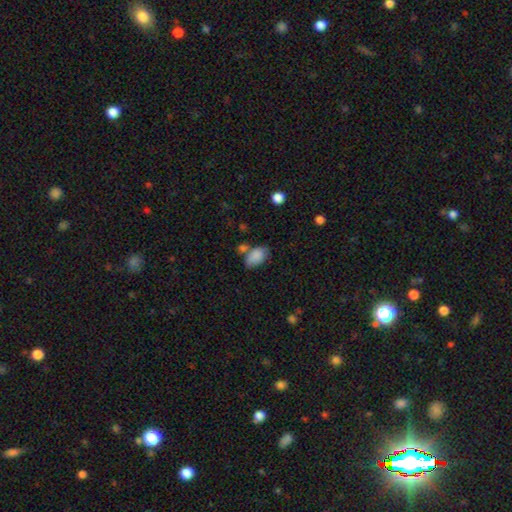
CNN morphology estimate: Overall: smooth (85%). How rounded: in between (91%). Merging: none (54%; minor disturbance 21%).